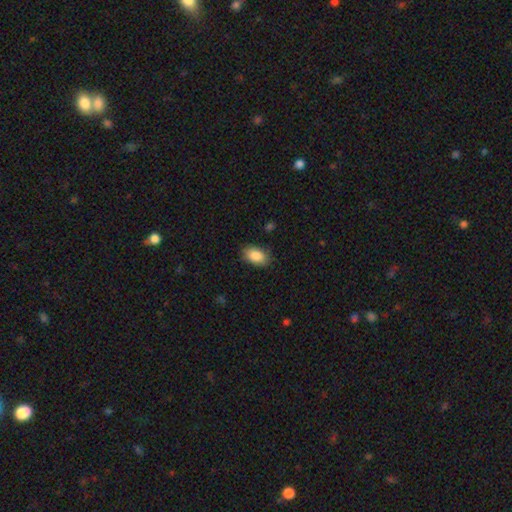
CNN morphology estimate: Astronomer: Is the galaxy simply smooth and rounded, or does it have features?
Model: smooth — 88%.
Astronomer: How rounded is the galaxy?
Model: in between — 91%.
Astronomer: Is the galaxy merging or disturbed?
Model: none — 85%.